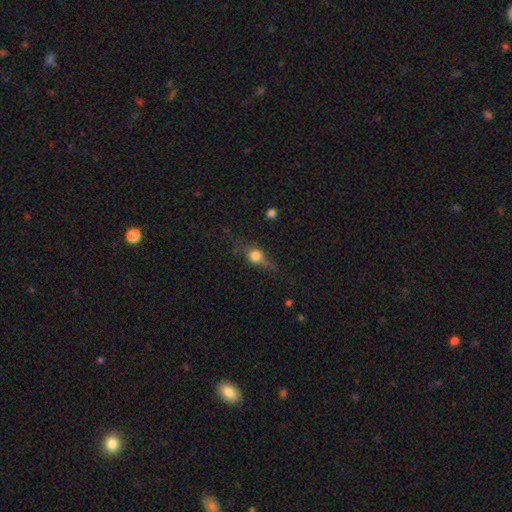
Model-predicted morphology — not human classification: Overall: smooth (56%; featured or disk 31%). How rounded: round (47%; in between 38%). Merging: none (59%; minor disturbance 25%).